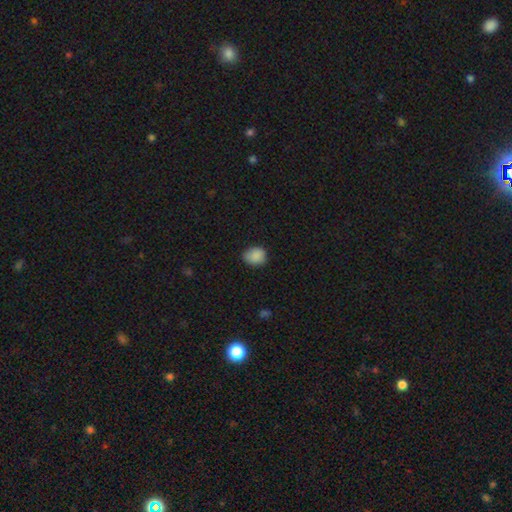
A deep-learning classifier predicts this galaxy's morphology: This is clearly a smooth galaxy (87%). How rounded: possibly round (58%). Merging: likely none (76%).